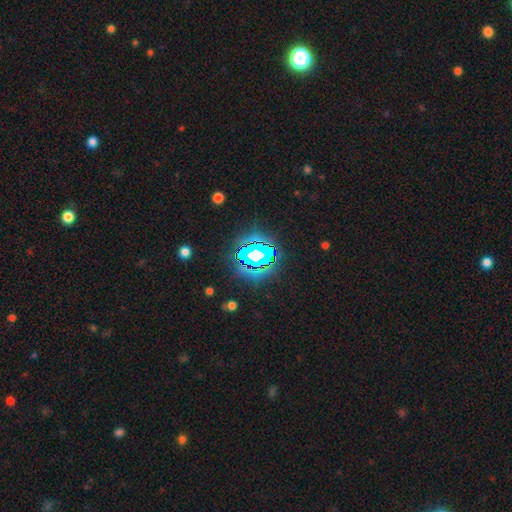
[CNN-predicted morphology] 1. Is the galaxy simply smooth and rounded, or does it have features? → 78% star or artifact, 12% smooth, 10% featured or disk.